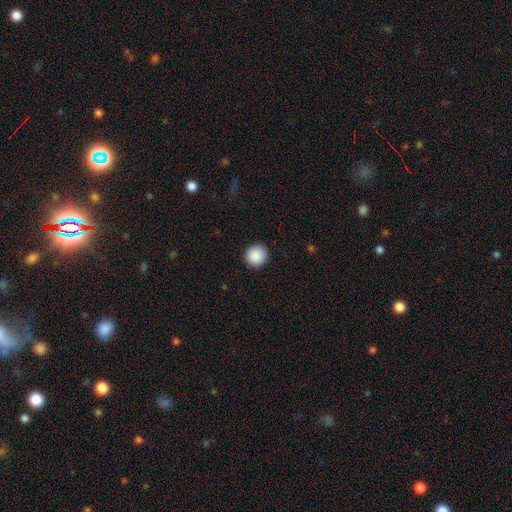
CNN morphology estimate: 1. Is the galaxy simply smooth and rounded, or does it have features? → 89% smooth, 8% star or artifact, 3% featured or disk.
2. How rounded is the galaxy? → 95% round, 4% in between, 1% cigar-shaped.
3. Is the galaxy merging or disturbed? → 93% none, 5% minor disturbance, 2% major disturbance, 1% merger.